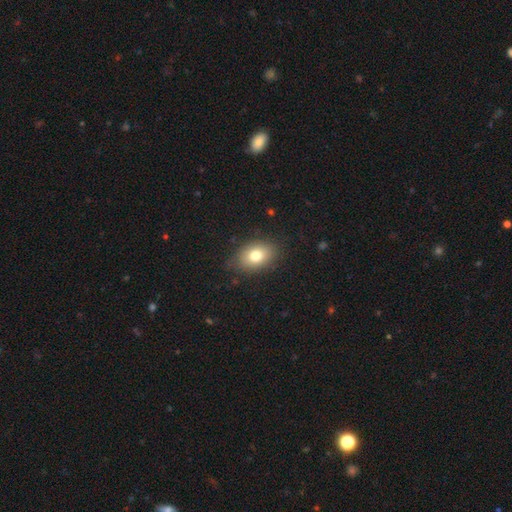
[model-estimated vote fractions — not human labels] Morphology: type=smooth (78%); roundness=in between (79%); merging=none (81%).